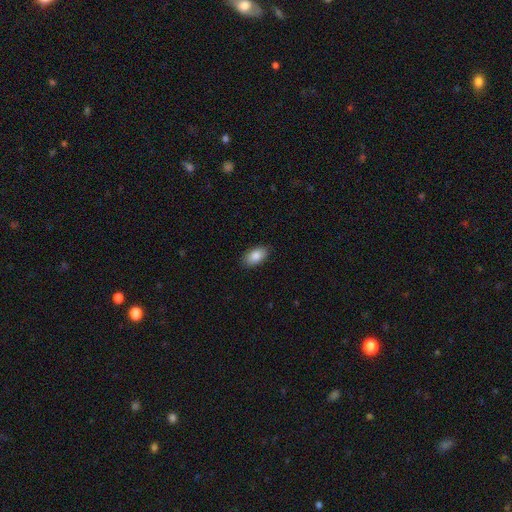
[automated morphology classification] Smooth or featured?
  - smooth: 87% *
  - star or artifact: 7%
  - featured or disk: 6%
How rounded?
  - in between: 94% *
  - round: 4%
  - cigar-shaped: 2%
Merging?
  - none: 88% *
  - minor disturbance: 9%
  - major disturbance: 2%
  - merger: 1%